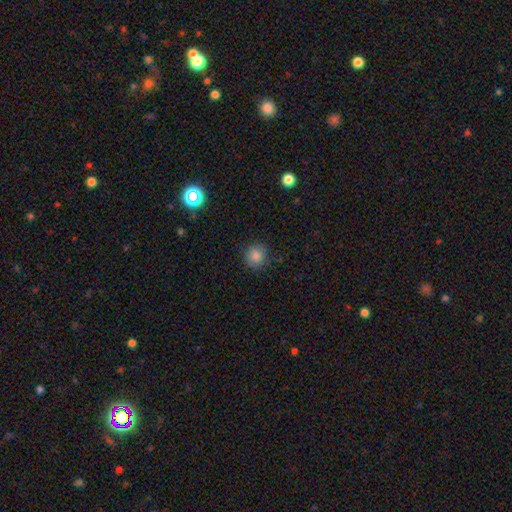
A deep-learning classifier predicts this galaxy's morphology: A smooth galaxy with no disk features (83%) that is round (90%). Merging: none (86%).